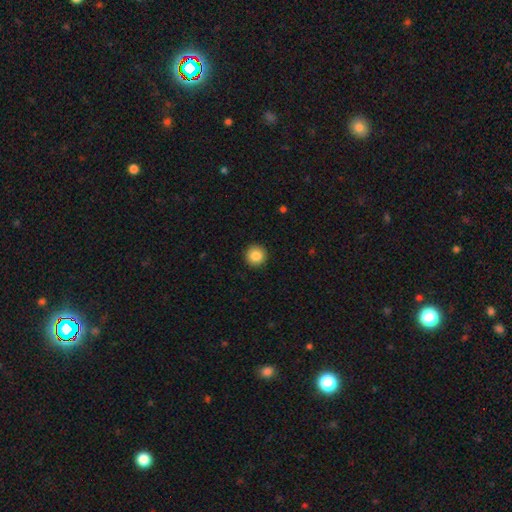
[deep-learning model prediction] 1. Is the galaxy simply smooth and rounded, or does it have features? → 86% smooth, 9% star or artifact, 5% featured or disk.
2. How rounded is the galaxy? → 96% round, 3% in between, 1% cigar-shaped.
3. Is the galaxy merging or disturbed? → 93% none, 5% minor disturbance, 1% major disturbance, 1% merger.